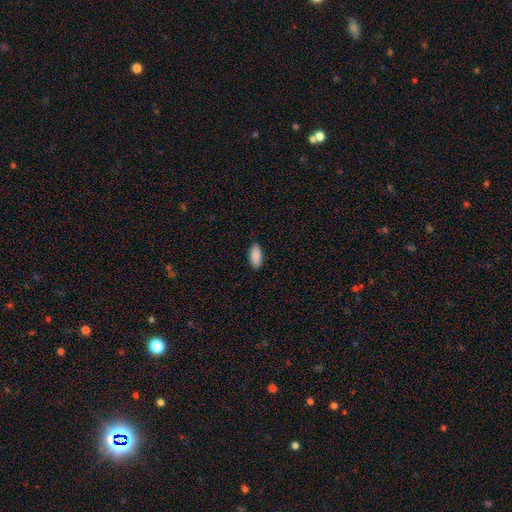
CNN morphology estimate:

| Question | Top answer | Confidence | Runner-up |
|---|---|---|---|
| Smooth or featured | smooth | 91% | star or artifact (6%) |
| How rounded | in between | 88% | cigar-shaped (10%) |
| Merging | none | 89% | minor disturbance (8%) |